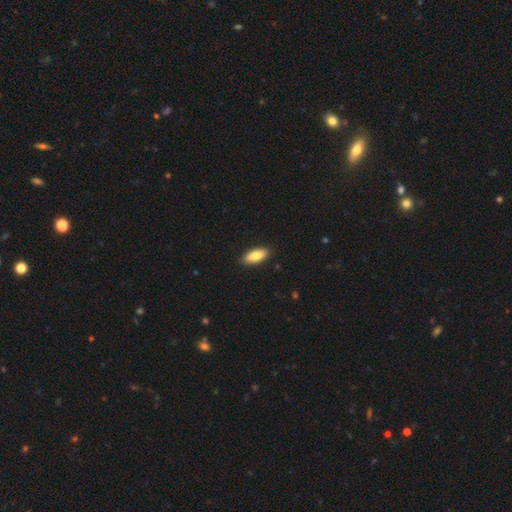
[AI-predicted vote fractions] This appears to be a smooth galaxy with no disk features (82%) that is in between round and cigar-shaped (83%). Merging: none (89%).